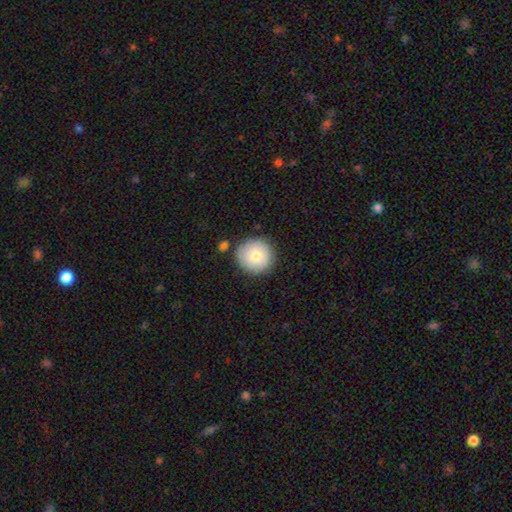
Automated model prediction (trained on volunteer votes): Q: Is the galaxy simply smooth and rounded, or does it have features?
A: smooth — 81%.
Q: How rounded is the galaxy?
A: round — 94%.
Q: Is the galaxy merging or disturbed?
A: none — 82%.